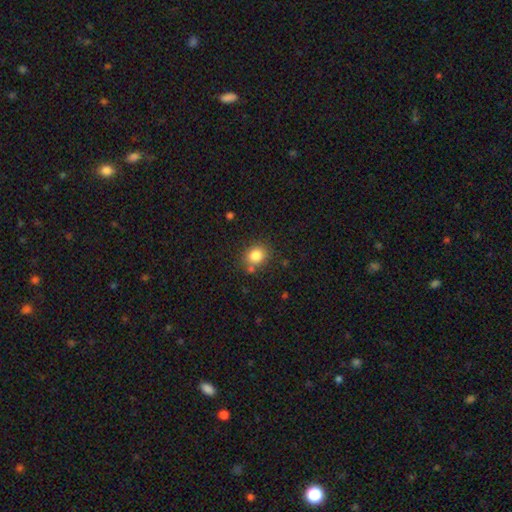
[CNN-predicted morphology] smooth-or-featured: smooth: 83% | star or artifact: 11% | featured or disk: 6%
  how-rounded: round: 72% | in between: 27% | cigar-shaped: 1%
  merging: none: 76% | minor disturbance: 12% | merger: 9% | major disturbance: 4%